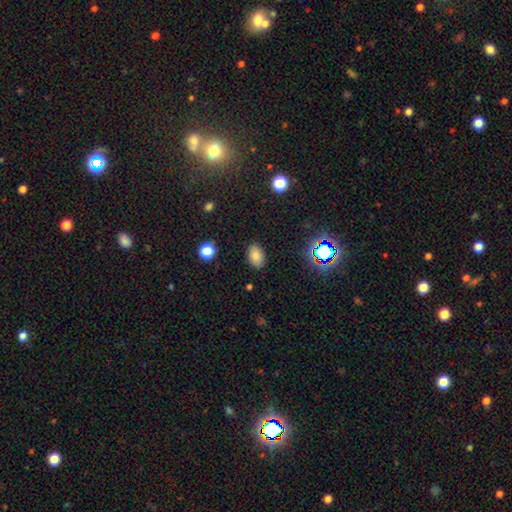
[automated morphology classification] This appears to be a smooth galaxy with no disk features (80%) that is in between round and cigar-shaped (90%). Merging: none (87%).